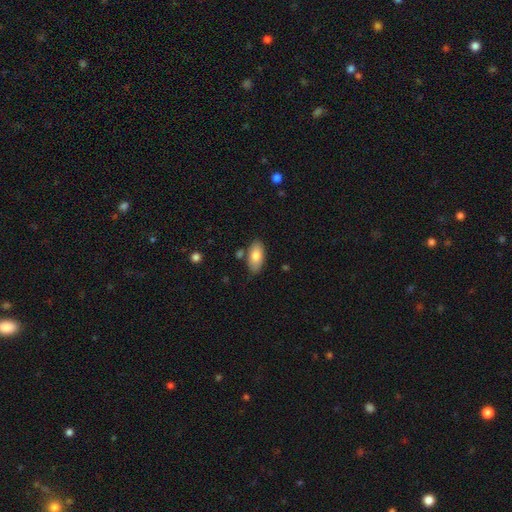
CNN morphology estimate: Smooth or featured?
  - smooth: 78% *
  - featured or disk: 15%
  - star or artifact: 6%
How rounded?
  - in between: 92% *
  - cigar-shaped: 5%
  - round: 3%
Merging?
  - none: 79% *
  - minor disturbance: 13%
  - merger: 5%
  - major disturbance: 3%